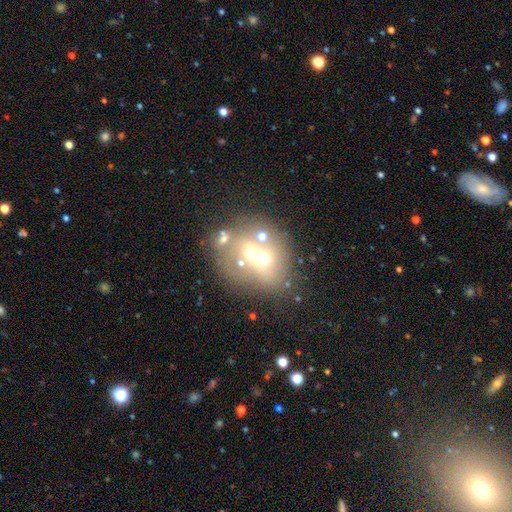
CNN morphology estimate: A smooth galaxy with no disk features (42%). Merging: merger (44%).